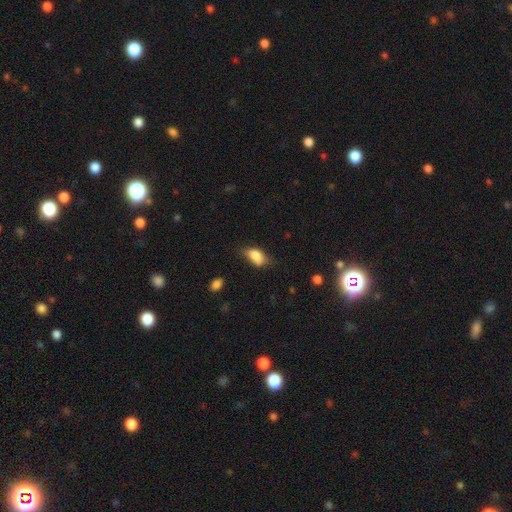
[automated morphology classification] smooth-or-featured: smooth: 82% | featured or disk: 10% | star or artifact: 8%
  how-rounded: in between: 88% | round: 7% | cigar-shaped: 4%
  merging: none: 54% | minor disturbance: 34% | major disturbance: 9% | merger: 3%